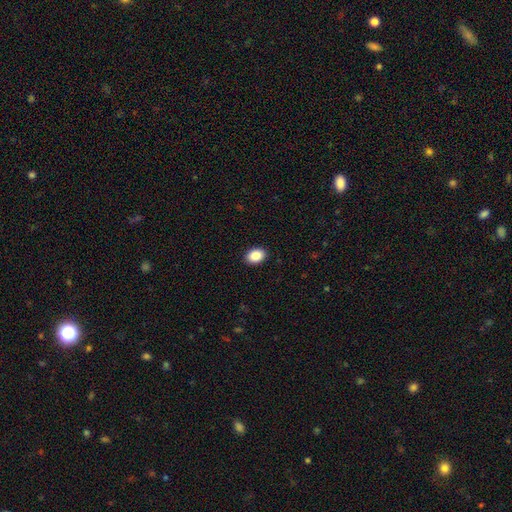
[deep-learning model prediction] Morphology: type=smooth (89%); roundness=in between (82%); merging=none (90%).